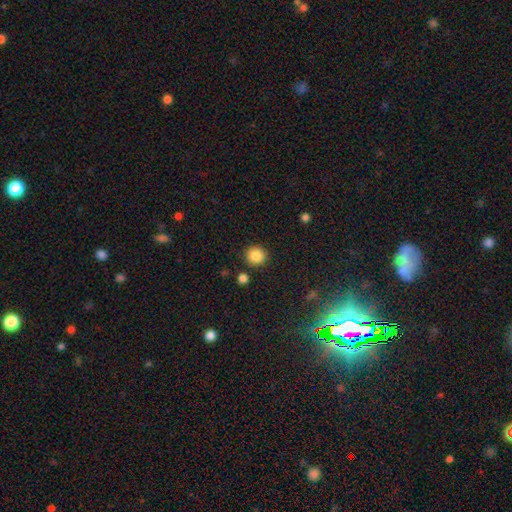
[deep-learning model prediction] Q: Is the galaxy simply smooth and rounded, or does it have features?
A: smooth — 86%.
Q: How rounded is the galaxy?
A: round — 91%.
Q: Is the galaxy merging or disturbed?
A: none — 88%.